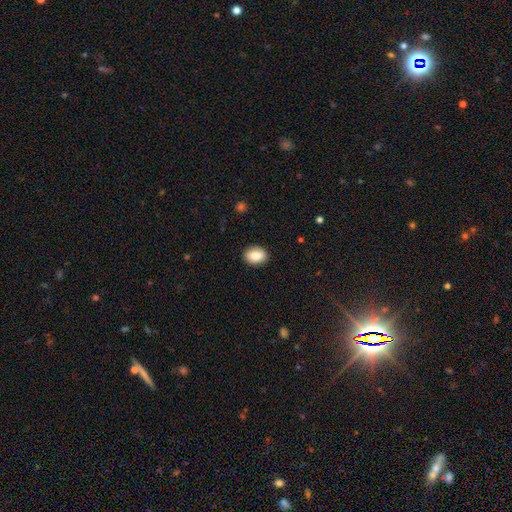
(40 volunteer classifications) smooth-or-featured: smooth: 88% | star or artifact: 10% | featured or disk: 2%
  how-rounded: in between: 60% | round: 40% | cigar-shaped: 0%
  merging: none: 100% | minor disturbance: 0% | major disturbance: 0% | merger: 0%